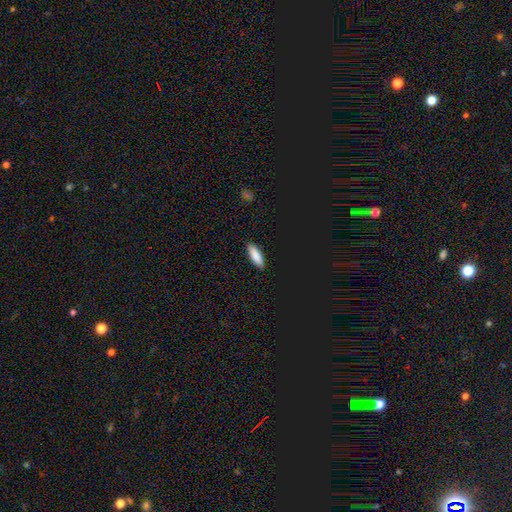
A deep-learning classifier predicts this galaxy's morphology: Q: Smooth or featured?
A: smooth (82%); runner-up: star or artifact (10%)
Q: How rounded?
A: in between (65%); runner-up: cigar-shaped (33%)
Q: Merging?
A: none (88%); runner-up: minor disturbance (9%)